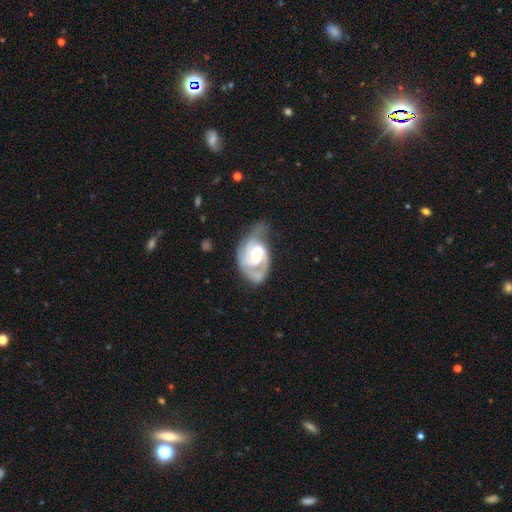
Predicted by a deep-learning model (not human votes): Smooth or featured? featured or disk (86%)
Edge-on disk? no (97%)
Bar? weak (49%)
Spiral arms? yes (94%)
Spiral winding? tight (45%)
Spiral arm count? 2 (63%)
Bulge size? moderate (57%)
Merging? none (44%)